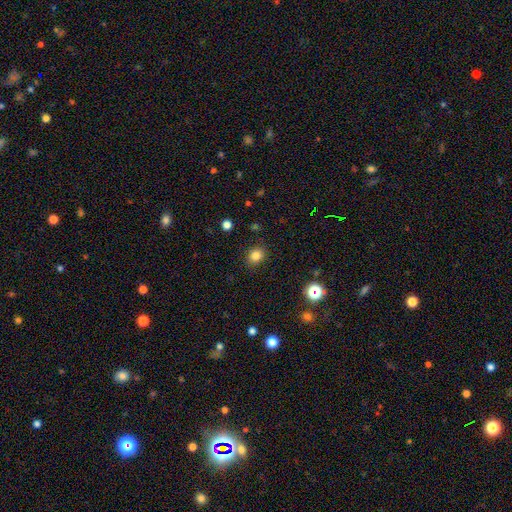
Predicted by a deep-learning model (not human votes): This appears to be a smooth galaxy with no disk features (83%) that is round (58%). Merging: none (88%).